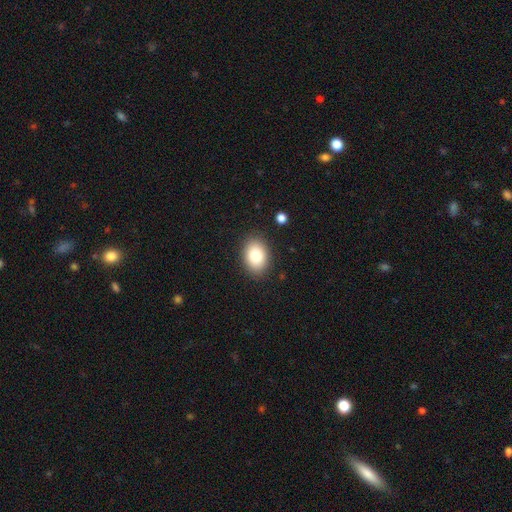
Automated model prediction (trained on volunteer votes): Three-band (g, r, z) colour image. It shows a smooth galaxy with no disk features (82%) that is in between round and cigar-shaped (79%). Merging: none (87%).